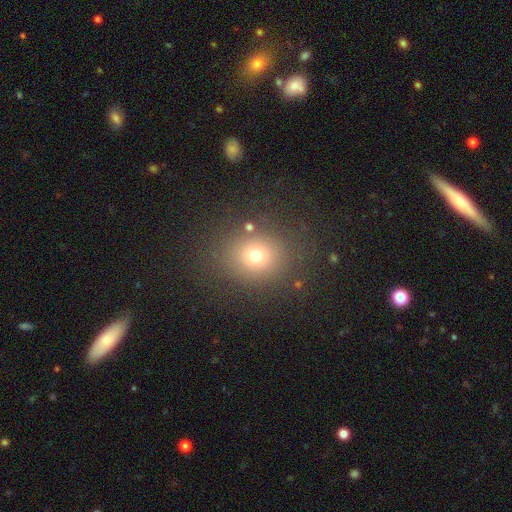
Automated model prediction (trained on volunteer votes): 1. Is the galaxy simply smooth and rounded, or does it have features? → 70% smooth, 19% star or artifact, 11% featured or disk.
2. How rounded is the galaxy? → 72% round, 27% in between, 1% cigar-shaped.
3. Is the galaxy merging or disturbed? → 81% none, 10% minor disturbance, 6% major disturbance, 3% merger.